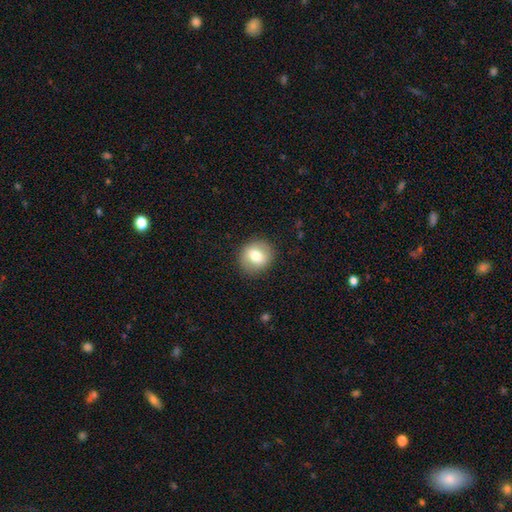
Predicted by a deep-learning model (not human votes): Smooth or featured: smooth — 72% (featured or disk — 20%)
How rounded: round — 83% (in between — 16%)
Merging: none — 87% (minor disturbance — 9%)